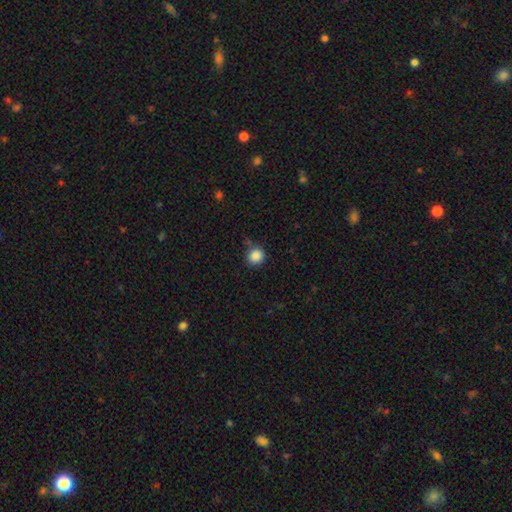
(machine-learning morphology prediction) Overall: smooth (87%). How rounded: round (89%). Merging: none (80%).